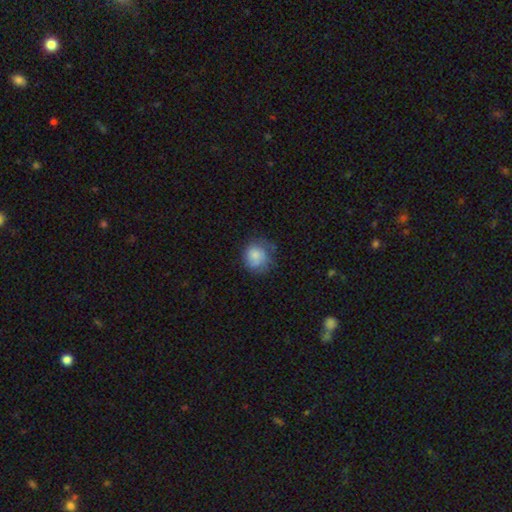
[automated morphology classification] This appears to be a smooth galaxy with no disk features (77%) that is round (80%). Merging: none (55%).